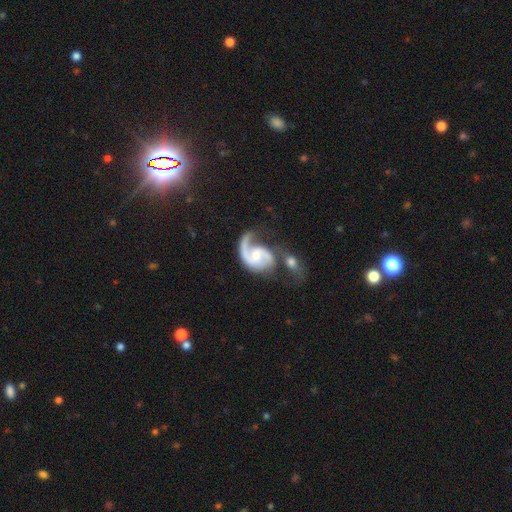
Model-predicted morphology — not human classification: Smooth or featured? Predicted: featured or disk (p=0.87). Edge-on disk? Predicted: no (p=0.98). Bar? Predicted: no (p=0.49). Spiral arms? Predicted: yes (p=0.96). Spiral winding? Predicted: medium (p=0.45). Spiral arm count? Predicted: 2 (p=0.58). Bulge size? Predicted: small (p=0.49). Merging? Predicted: merger (p=0.34).